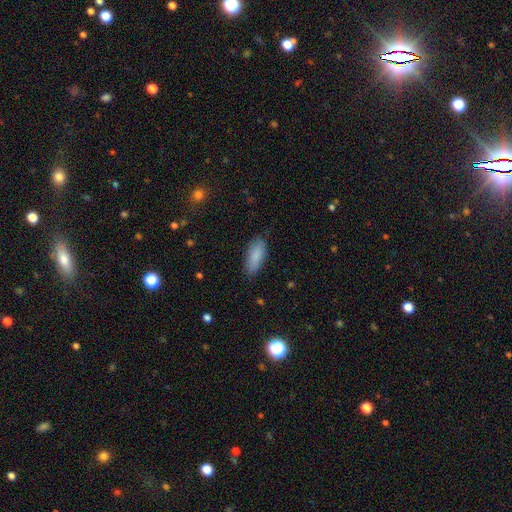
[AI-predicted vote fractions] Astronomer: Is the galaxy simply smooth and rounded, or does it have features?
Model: smooth — 85%.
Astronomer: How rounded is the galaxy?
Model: in between — 75%.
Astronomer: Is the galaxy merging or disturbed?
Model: none — 81%.